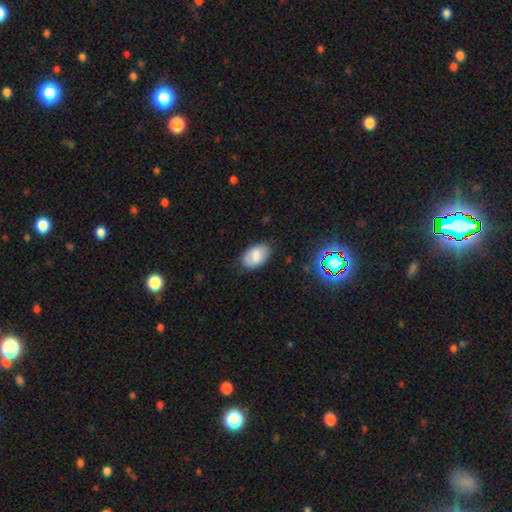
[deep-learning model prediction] smooth_or_featured: smooth (p=0.79) [alt: featured or disk p=0.12]
how_rounded: in between (p=0.91) [alt: round p=0.07]
merging: none (p=0.78) [alt: minor disturbance p=0.17]